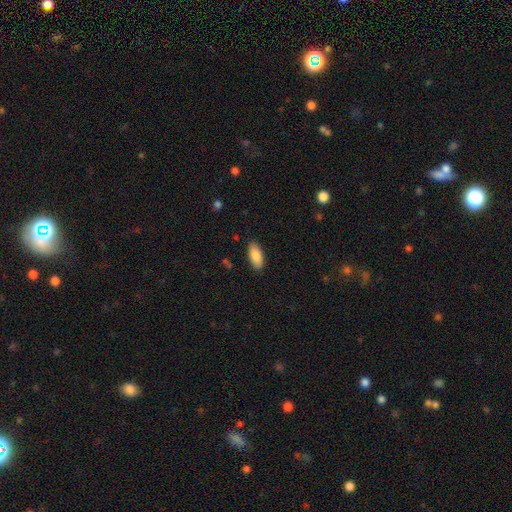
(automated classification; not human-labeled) Q: Smooth or featured?
A: smooth (88%); runner-up: star or artifact (6%)
Q: How rounded?
A: in between (89%); runner-up: cigar-shaped (9%)
Q: Merging?
A: none (88%); runner-up: minor disturbance (9%)